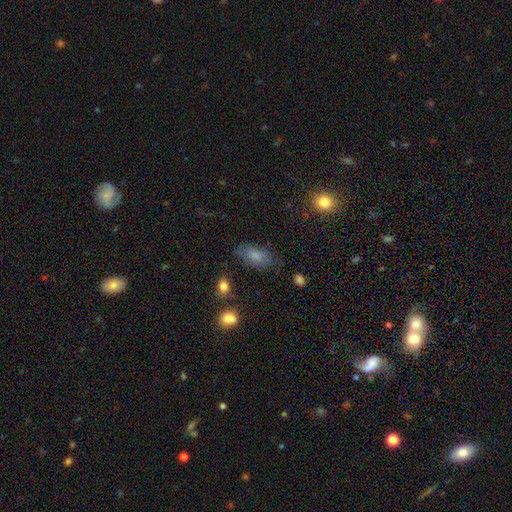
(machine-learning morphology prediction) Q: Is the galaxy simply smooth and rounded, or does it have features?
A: smooth — 78%.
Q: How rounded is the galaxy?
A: in between — 90%.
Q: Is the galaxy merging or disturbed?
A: none — 69%.